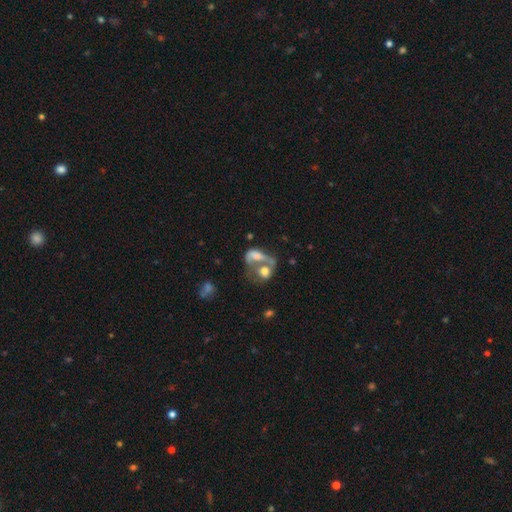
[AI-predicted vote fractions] This appears to be a smooth galaxy with no disk features (52%) that is in between round and cigar-shaped (73%). Merging: merger (65%).